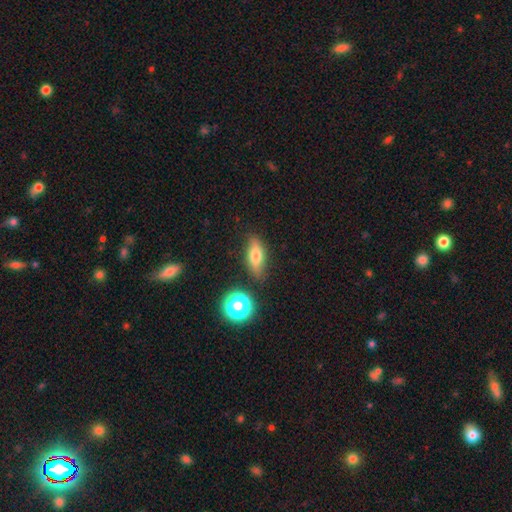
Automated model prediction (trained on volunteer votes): smooth 68%, featured or disk 23%, star or artifact 9%. Down the decision tree: how rounded — in between (67%); merging — none (76%).